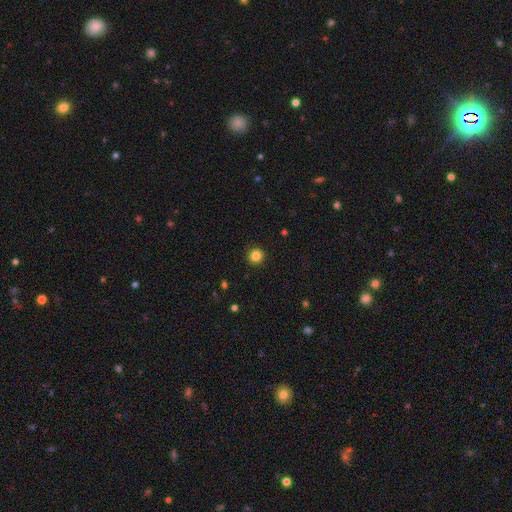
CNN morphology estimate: This appears to be a smooth galaxy with no disk features (84%) that is round (95%). Merging: none (93%).